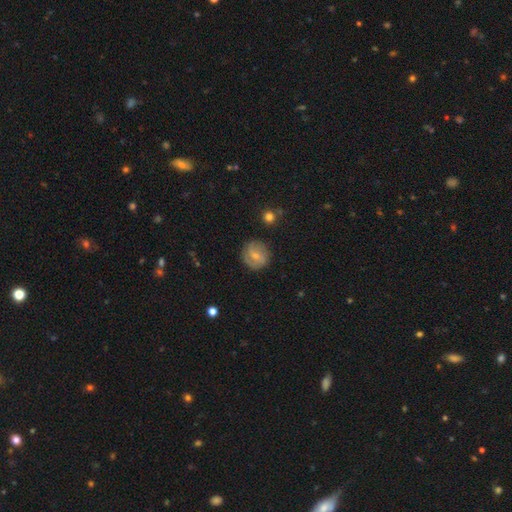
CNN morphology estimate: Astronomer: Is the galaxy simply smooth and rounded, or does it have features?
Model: featured or disk — 46%, tied with smooth at 46%.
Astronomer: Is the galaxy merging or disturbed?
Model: none — 79%.